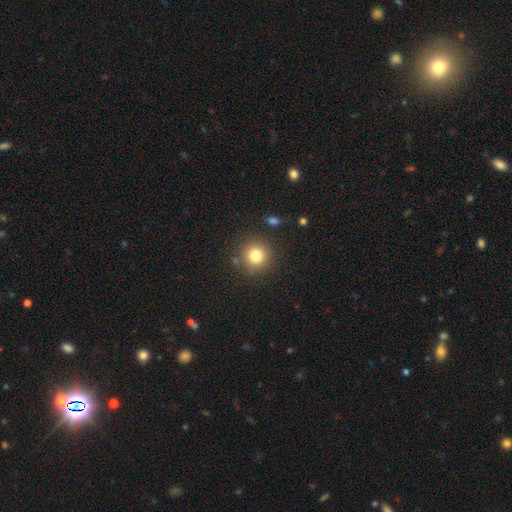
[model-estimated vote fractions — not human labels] Q: Smooth or featured?
A: smooth (80%); runner-up: star or artifact (12%)
Q: How rounded?
A: round (93%); runner-up: in between (6%)
Q: Merging?
A: none (85%); runner-up: minor disturbance (8%)